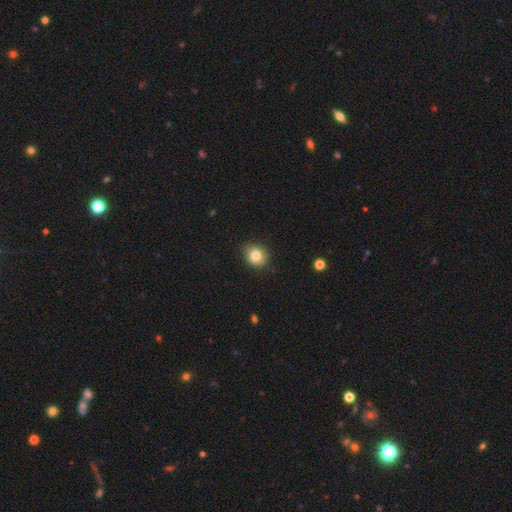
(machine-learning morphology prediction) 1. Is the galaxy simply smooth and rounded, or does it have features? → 82% smooth, 11% star or artifact, 7% featured or disk.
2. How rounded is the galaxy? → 76% round, 23% in between, 1% cigar-shaped.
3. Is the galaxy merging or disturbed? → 86% none, 11% minor disturbance, 2% major disturbance, 1% merger.